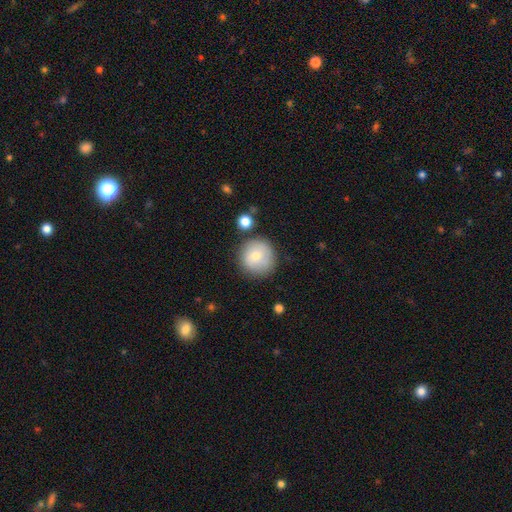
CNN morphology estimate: This appears to be a smooth galaxy with no disk features (71%) that is round (95%). Merging: none (79%).